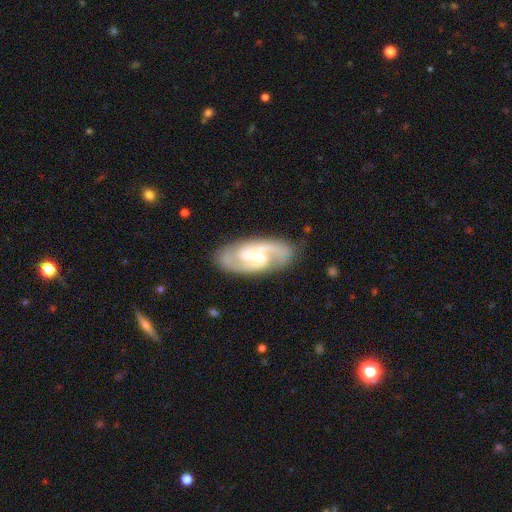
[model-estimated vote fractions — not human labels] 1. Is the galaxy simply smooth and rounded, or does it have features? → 88% featured or disk, 8% smooth, 4% star or artifact.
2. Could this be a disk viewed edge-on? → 96% no, 4% yes.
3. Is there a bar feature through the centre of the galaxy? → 49% weak, 36% no, 15% strong.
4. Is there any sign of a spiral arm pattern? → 97% yes, 3% no.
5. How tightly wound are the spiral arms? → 57% medium, 28% tight, 15% loose.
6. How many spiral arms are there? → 88% 2, 5% 3, 4% can't tell, 2% 1, 1% 4, 1% more than 4.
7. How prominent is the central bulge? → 48% small, 43% moderate, 4% large, 4% none, 1% dominant.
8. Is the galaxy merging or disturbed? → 83% none, 12% minor disturbance, 4% major disturbance, 1% merger.